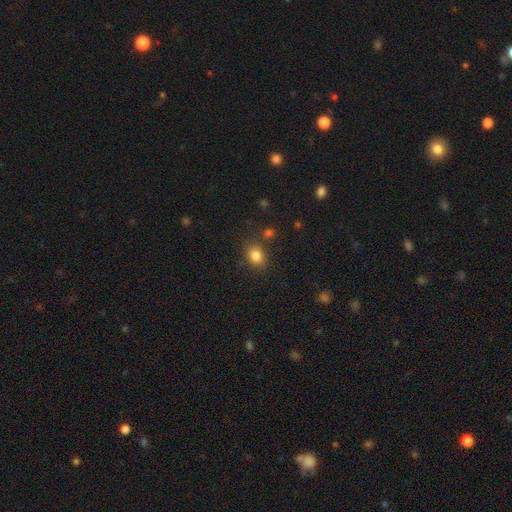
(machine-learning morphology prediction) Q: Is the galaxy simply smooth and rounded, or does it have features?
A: smooth — 82%.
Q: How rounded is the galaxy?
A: in between — 62%.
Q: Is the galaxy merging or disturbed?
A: none — 77%.